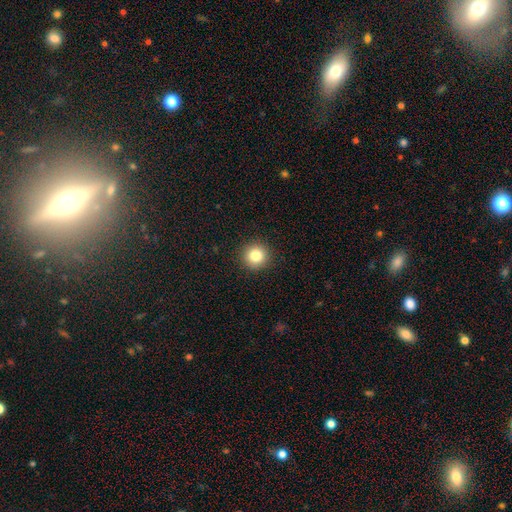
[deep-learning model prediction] A smooth galaxy with no disk features (83%) that is round (94%).

Vote fractions:
- Smooth or featured? smooth: 83% / star or artifact: 11% / featured or disk: 6%
- How rounded? round: 94% / in between: 5% / cigar-shaped: 1%
- Merging? none: 92% / minor disturbance: 5% / major disturbance: 2% / merger: 1%